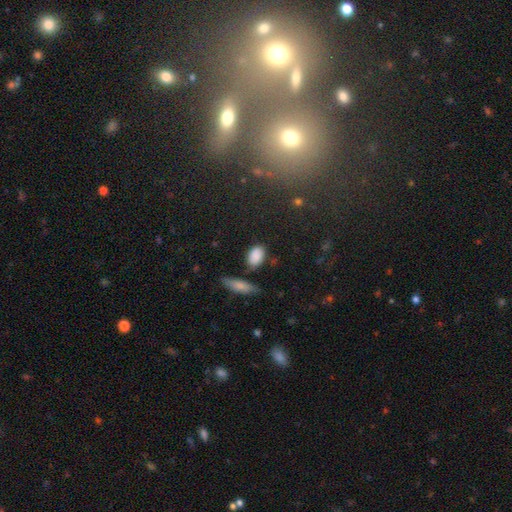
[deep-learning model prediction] Morphology: type=smooth (86%); roundness=in between (84%); merging=none (73%).